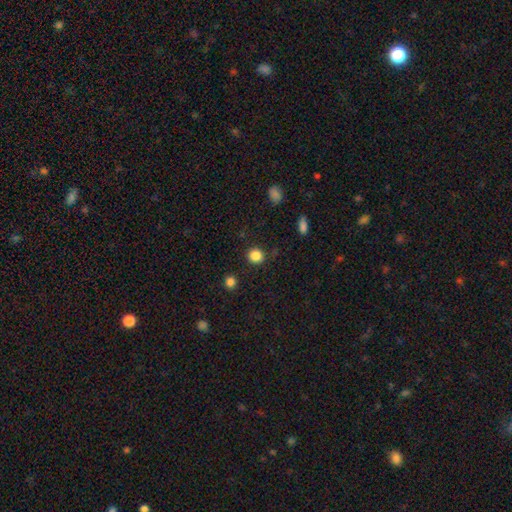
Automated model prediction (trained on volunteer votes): Smooth or featured? Predicted: smooth (p=0.85). How rounded? Predicted: round (p=0.87). Merging? Predicted: none (p=0.88).